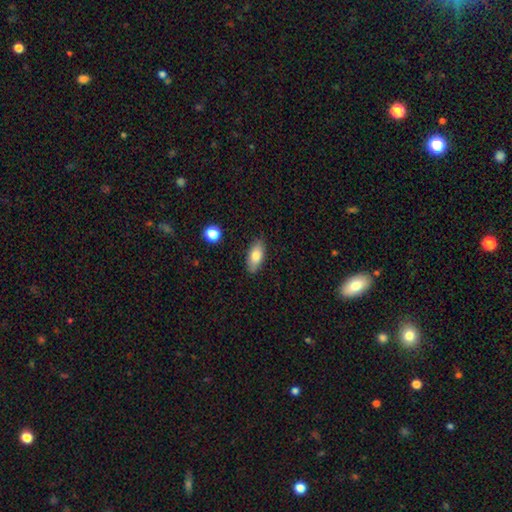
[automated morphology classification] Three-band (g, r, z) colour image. It shows a smooth galaxy with no disk features (80%) that is in between round and cigar-shaped (88%). Merging: none (86%).